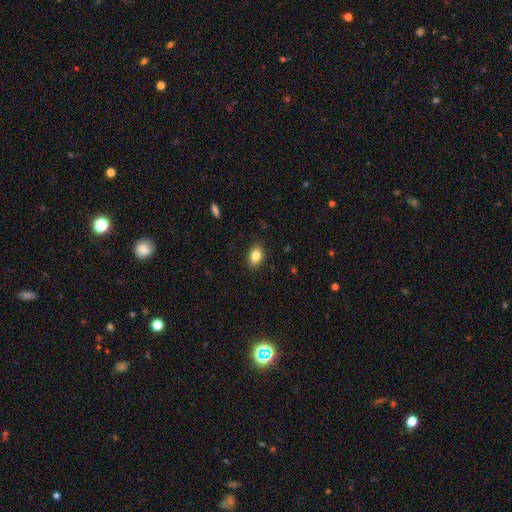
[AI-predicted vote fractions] A smooth galaxy with no disk features (85%) that is in between round and cigar-shaped (84%). Merging: none (87%).